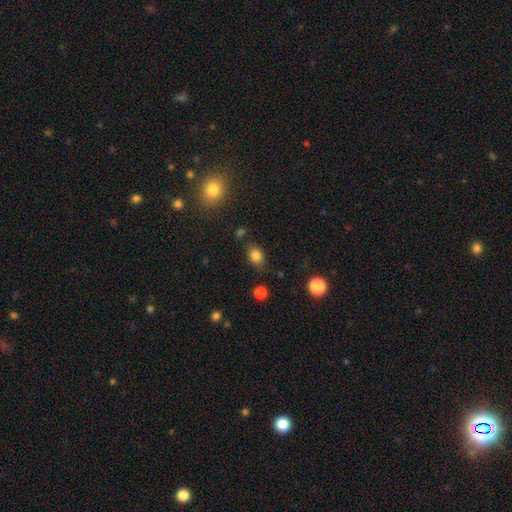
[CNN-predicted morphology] A smooth galaxy with no disk features (81%) that is in between round and cigar-shaped (69%).

Vote fractions:
- Smooth or featured? smooth: 81% / star or artifact: 11% / featured or disk: 8%
- How rounded? in between: 69% / round: 30% / cigar-shaped: 2%
- Merging? none: 77% / minor disturbance: 16% / major disturbance: 4% / merger: 3%